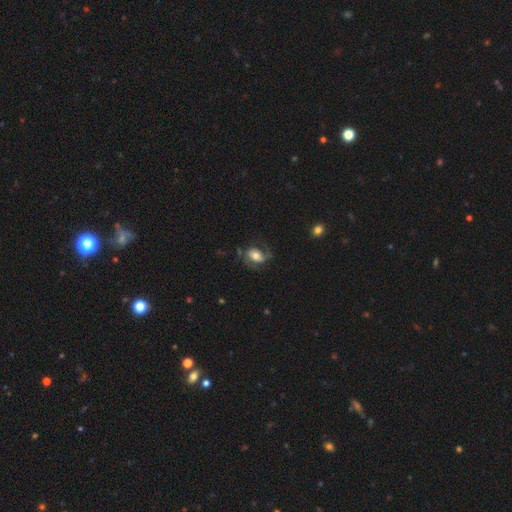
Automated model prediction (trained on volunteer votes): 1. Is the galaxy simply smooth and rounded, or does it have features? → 52% featured or disk, 41% smooth, 7% star or artifact.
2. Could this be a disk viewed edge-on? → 95% no, 5% yes.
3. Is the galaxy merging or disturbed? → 55% none, 22% minor disturbance, 20% major disturbance, 2% merger.